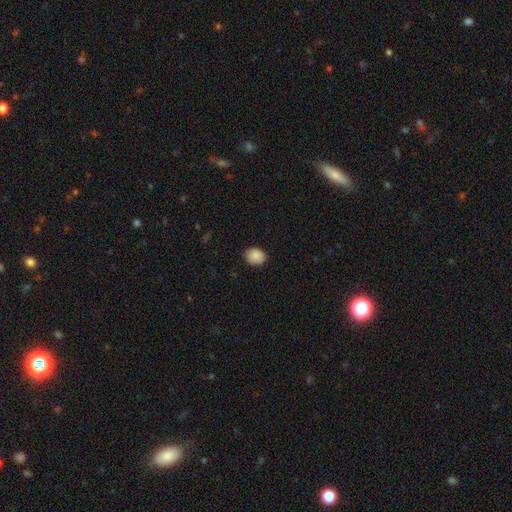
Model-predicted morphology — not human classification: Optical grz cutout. It shows a smooth galaxy with no disk features (89%) that is round (61%). Merging: none (85%).